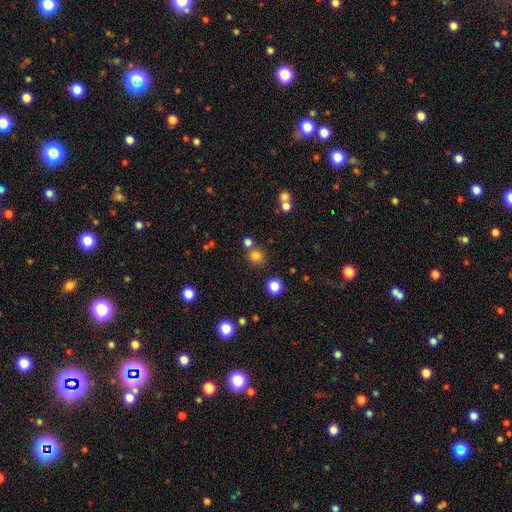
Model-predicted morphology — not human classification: Overall: smooth (78%). How rounded: round (90%). Merging: none (72%).